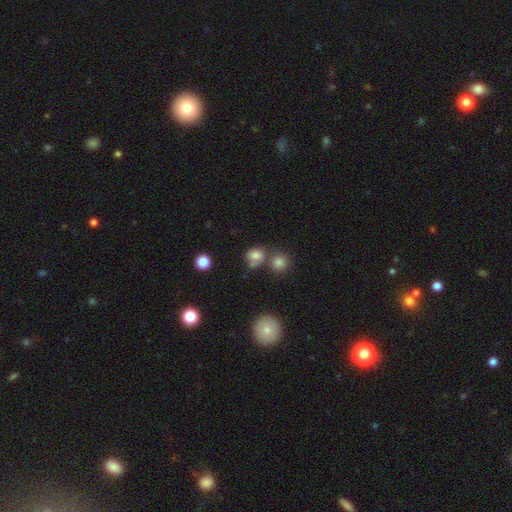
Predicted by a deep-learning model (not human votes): smooth_or_featured: smooth (p=0.75) [alt: star or artifact p=0.14]
how_rounded: round (p=0.59) [alt: in between p=0.39]
merging: none (p=0.45) [alt: merger p=0.31]